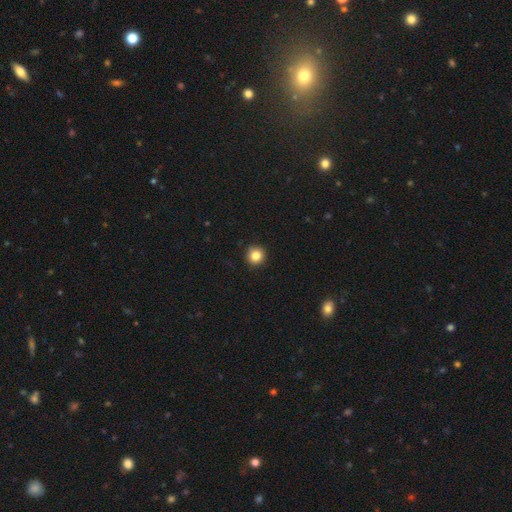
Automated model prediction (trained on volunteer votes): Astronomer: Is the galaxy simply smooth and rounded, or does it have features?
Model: smooth — 84%.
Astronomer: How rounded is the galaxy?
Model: round — 93%.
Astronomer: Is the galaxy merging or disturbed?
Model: none — 91%.